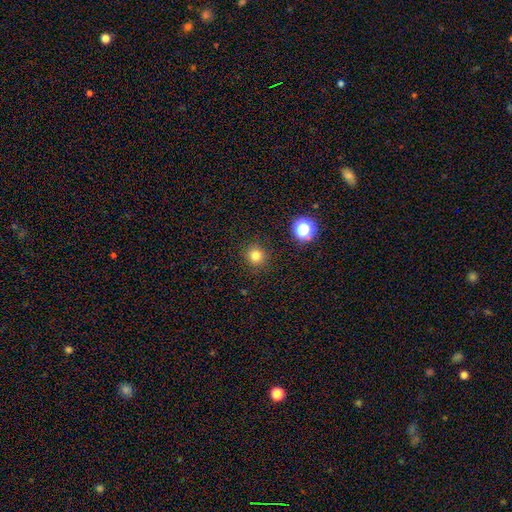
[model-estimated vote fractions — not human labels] The model was most divided on "smooth or featured": smooth: 79%, star or artifact: 16%, featured or disk: 6%. More confident: how rounded — round (92%); merging — none (90%).